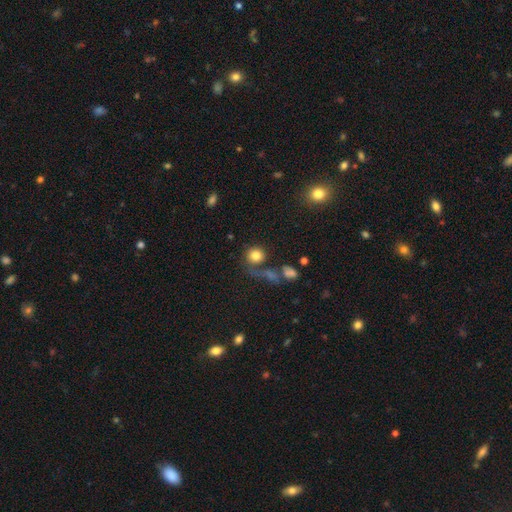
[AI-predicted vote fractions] The model was most divided on "merging": none: 56%, merger: 16%, major disturbance: 14%, minor disturbance: 14%. More confident: how rounded — round (87%); smooth or featured — smooth (80%).